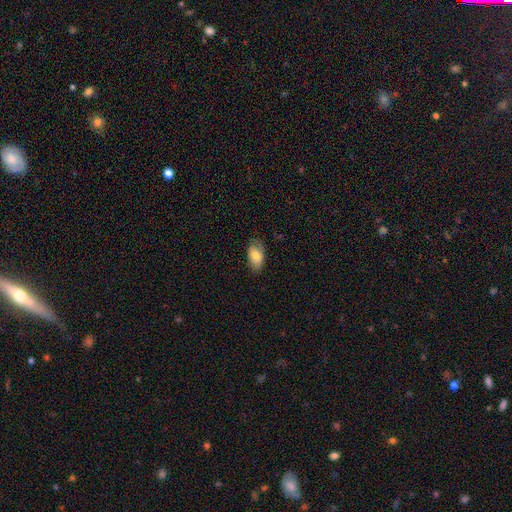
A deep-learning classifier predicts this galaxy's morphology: This appears to be a smooth galaxy with no disk features (71%) that is in between round and cigar-shaped (93%). Merging: none (68%).